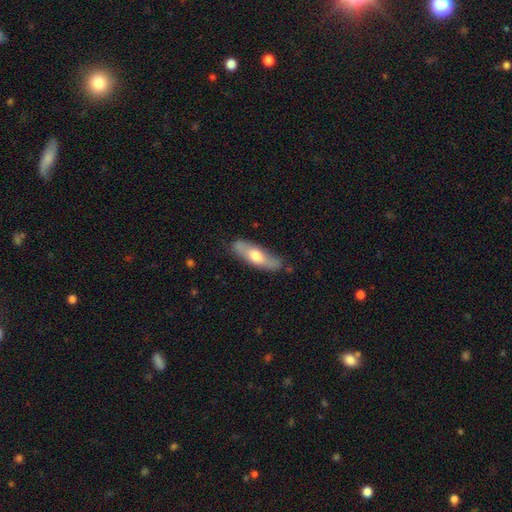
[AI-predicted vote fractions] Smooth or featured: smooth — 58% (featured or disk — 37%)
How rounded: cigar-shaped — 51% (in between — 47%)
Merging: none — 78% (minor disturbance — 16%)